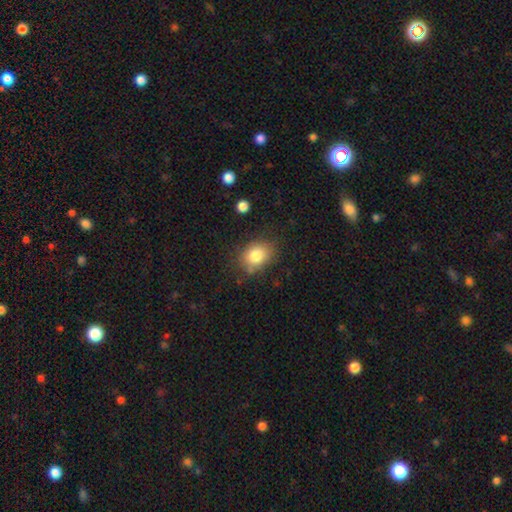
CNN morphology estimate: smooth_or_featured: smooth (p=0.82) [alt: featured or disk p=0.09]
how_rounded: in between (p=0.61) [alt: round p=0.38]
merging: none (p=0.72) [alt: minor disturbance p=0.19]